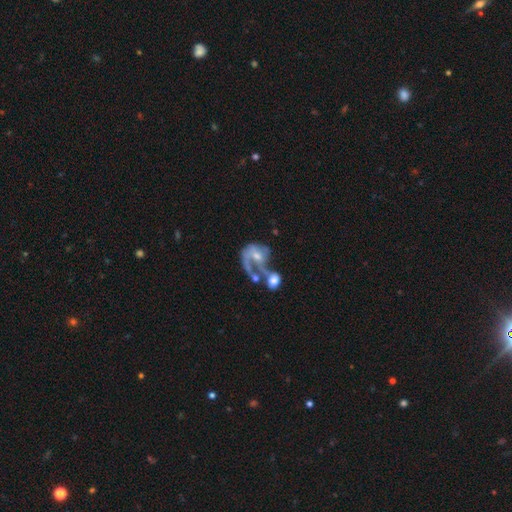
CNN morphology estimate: A featured or disk galaxy (69%) with no bar (63%), spiral arms (73%) and a moderate central bulge (48%). Merging: merger (45%).